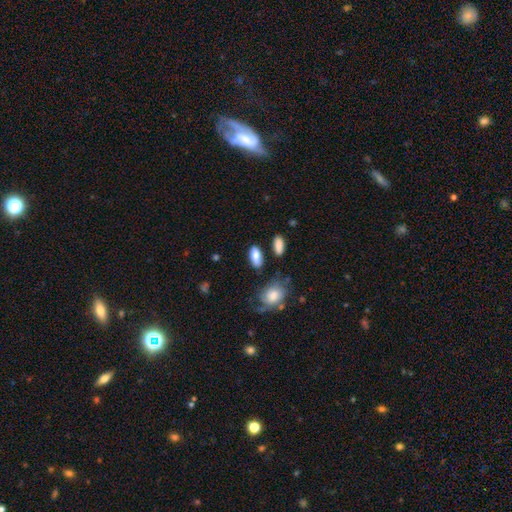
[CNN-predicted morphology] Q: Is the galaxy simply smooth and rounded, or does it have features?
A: smooth — 81%.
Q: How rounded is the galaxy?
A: in between — 84%.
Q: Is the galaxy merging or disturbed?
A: none — 77%.